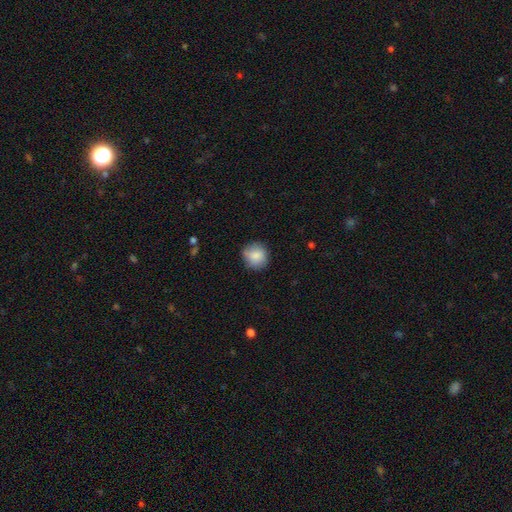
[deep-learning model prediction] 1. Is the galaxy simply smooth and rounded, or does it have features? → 85% smooth, 7% star or artifact, 7% featured or disk.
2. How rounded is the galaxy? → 90% round, 9% in between, 1% cigar-shaped.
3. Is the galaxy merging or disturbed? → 82% none, 14% minor disturbance, 3% major disturbance, 1% merger.